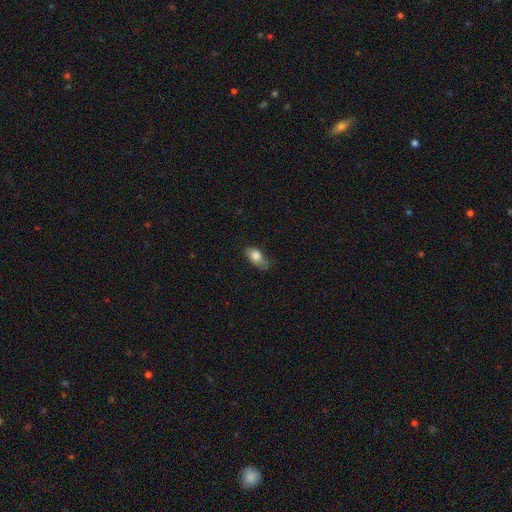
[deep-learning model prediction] Morphology: type=smooth (80%); roundness=in between (87%); merging=none (50%).